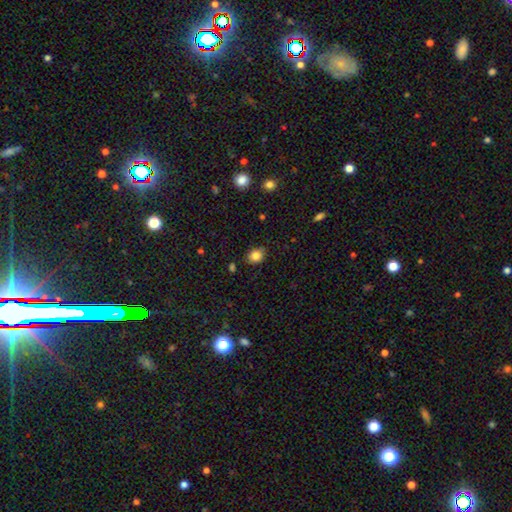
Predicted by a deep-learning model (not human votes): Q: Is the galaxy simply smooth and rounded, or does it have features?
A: smooth — 83%.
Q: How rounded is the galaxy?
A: round — 53%.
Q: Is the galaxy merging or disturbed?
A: none — 81%.